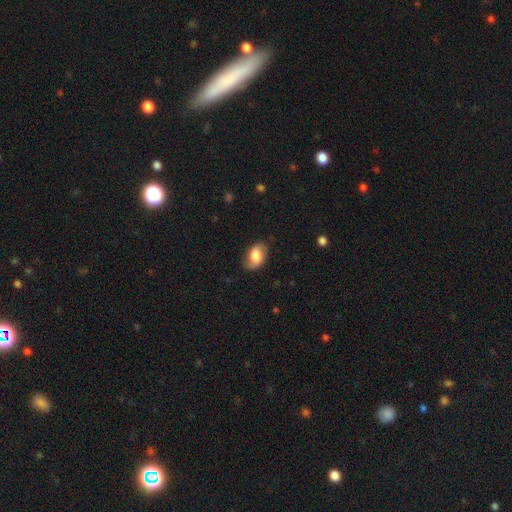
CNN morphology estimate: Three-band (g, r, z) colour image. It shows a smooth galaxy with no disk features (73%) that is in between round and cigar-shaped (89%). Merging: none (75%).